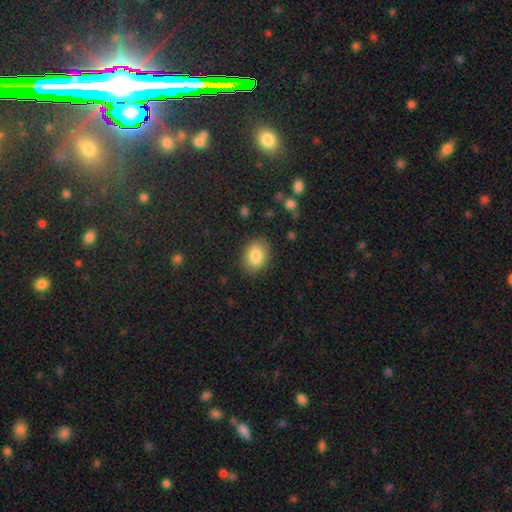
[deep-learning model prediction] smooth-or-featured: smooth: 85% | star or artifact: 8% | featured or disk: 7%
  how-rounded: in between: 70% | round: 29% | cigar-shaped: 1%
  merging: none: 86% | minor disturbance: 10% | major disturbance: 3% | merger: 1%